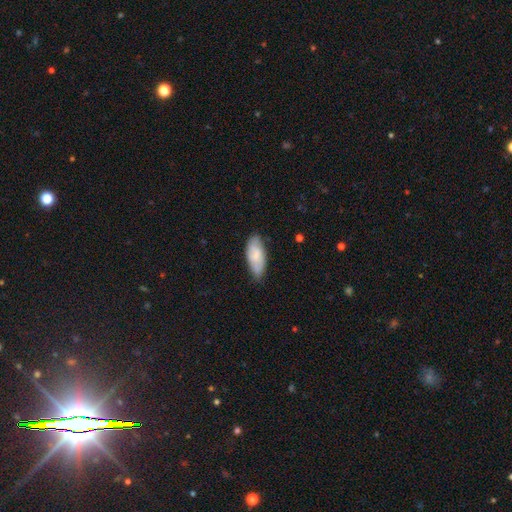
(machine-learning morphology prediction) A smooth galaxy with no disk features (75%) that is in between round and cigar-shaped (87%). Merging: none (68%).